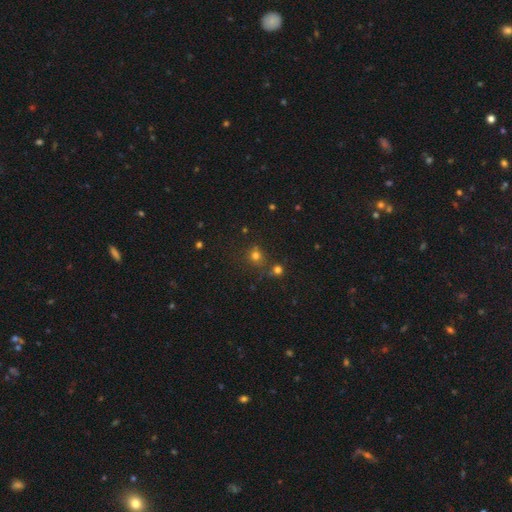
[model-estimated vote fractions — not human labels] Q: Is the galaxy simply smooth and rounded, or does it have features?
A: smooth — 66%.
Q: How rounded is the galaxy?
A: round — 83%.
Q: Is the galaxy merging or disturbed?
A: none — 64%.